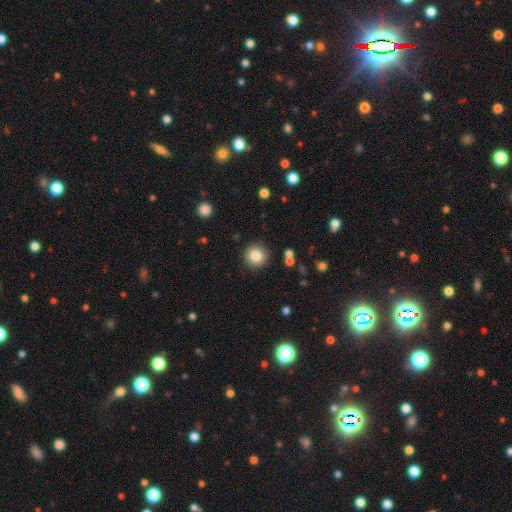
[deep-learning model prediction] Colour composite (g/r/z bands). It shows a smooth galaxy with no disk features (83%) that is round (94%). Merging: none (89%).